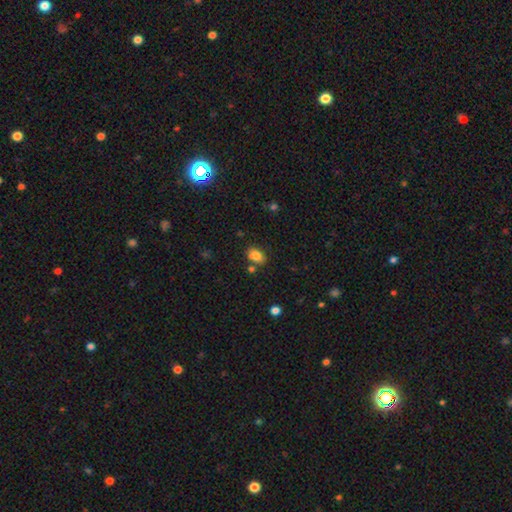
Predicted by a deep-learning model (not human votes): Overall: smooth (82%). How rounded: in between (82%). Merging: none (70%).